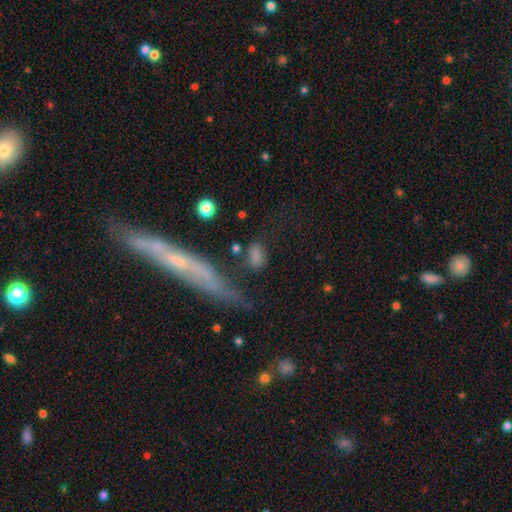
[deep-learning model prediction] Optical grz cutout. It shows a smooth galaxy with no disk features (74%) that is in between round and cigar-shaped (81%). Merging: none (61%).